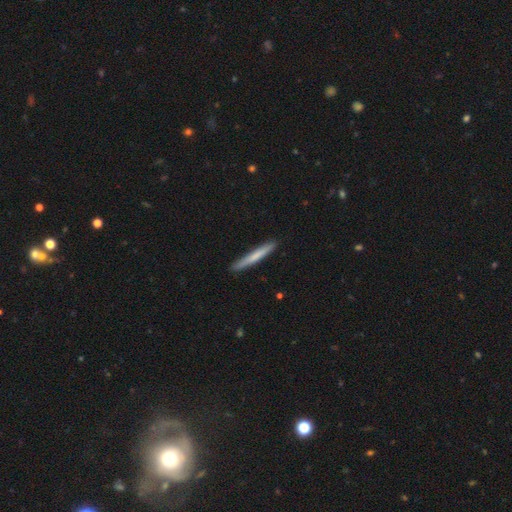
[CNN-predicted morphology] Smooth or featured? Predicted: smooth (p=0.69). How rounded? Predicted: cigar-shaped (p=0.96). Merging? Predicted: none (p=0.91).